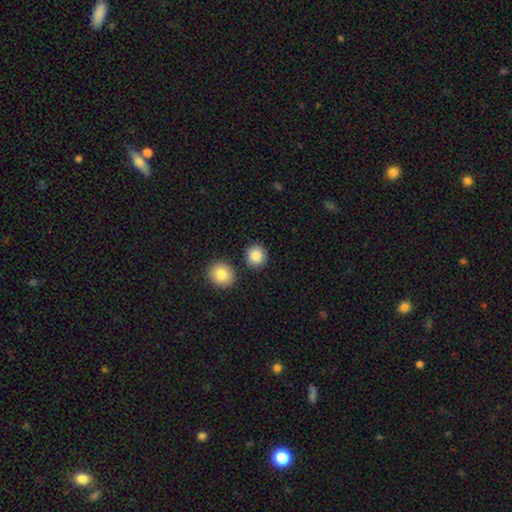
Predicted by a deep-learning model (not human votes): This appears to be a smooth galaxy with no disk features (88%) that is round (90%). Merging: none (86%).